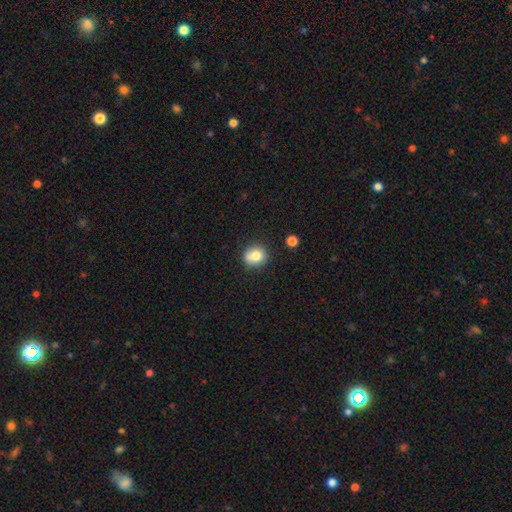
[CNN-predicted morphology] This appears to be a smooth galaxy with no disk features (79%) that is round (75%). Merging: none (74%).